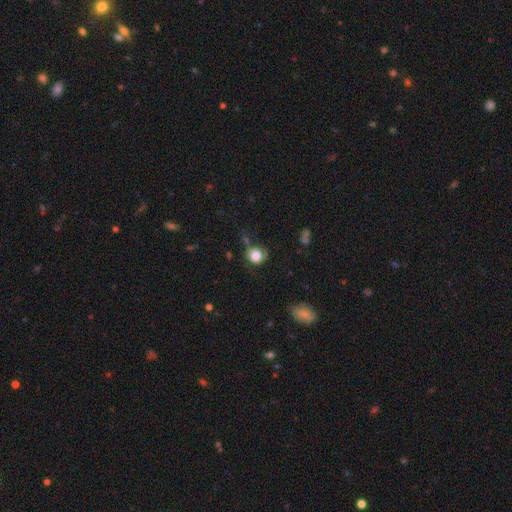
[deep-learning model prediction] Overall: smooth (78%). How rounded: round (80%). Merging: none (61%; minor disturbance 25%).